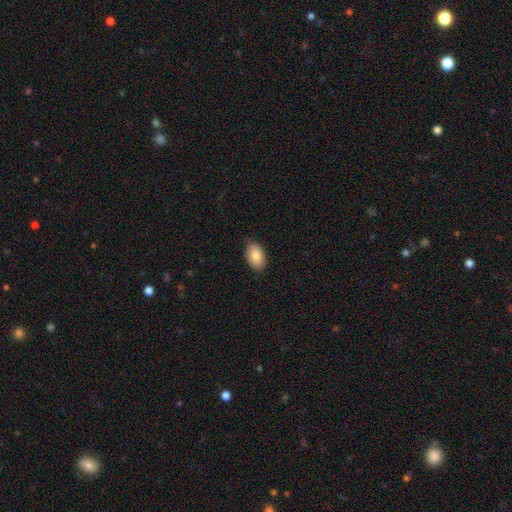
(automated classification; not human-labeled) This appears to be a smooth galaxy with no disk features (83%) that is in between round and cigar-shaped (92%). Merging: none (84%).